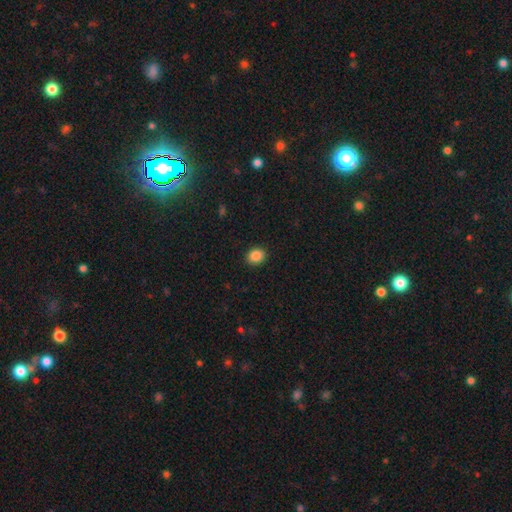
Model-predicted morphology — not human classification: Smooth or featured? Predicted: smooth (p=0.88). How rounded? Predicted: round (p=0.58). Merging? Predicted: none (p=0.90).